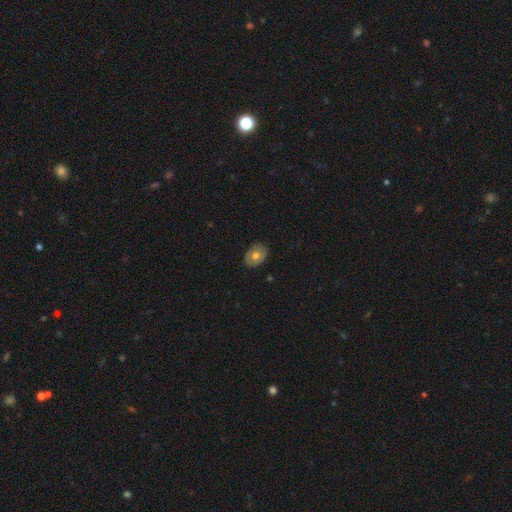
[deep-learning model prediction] This appears to be a smooth galaxy with no disk features (62%) that is in between round and cigar-shaped (70%). Merging: none (85%).